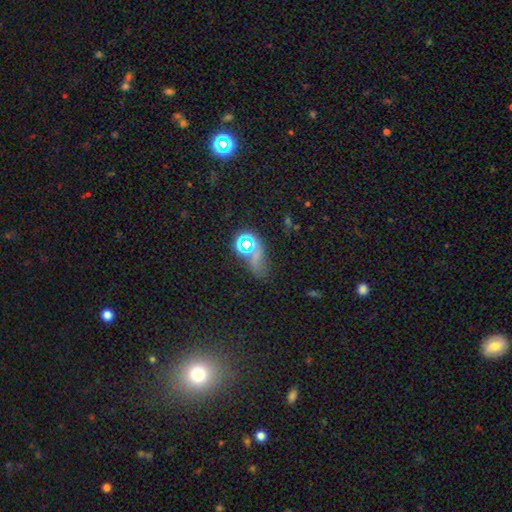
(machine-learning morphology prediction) This is possibly a star or artifact rather than a galaxy (47%).